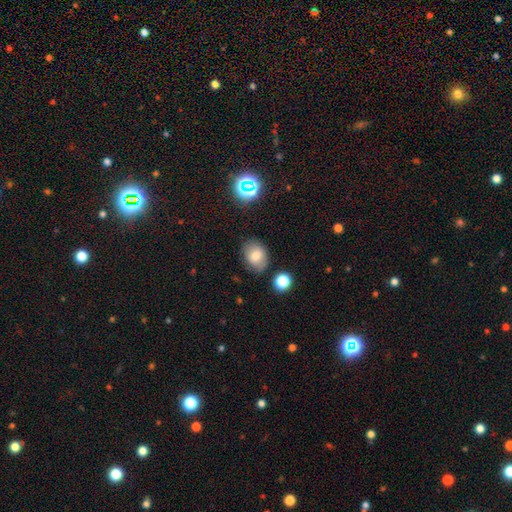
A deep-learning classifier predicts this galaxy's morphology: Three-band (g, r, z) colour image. It shows a smooth galaxy with no disk features (73%) that is in between round and cigar-shaped (66%). Merging: none (77%).